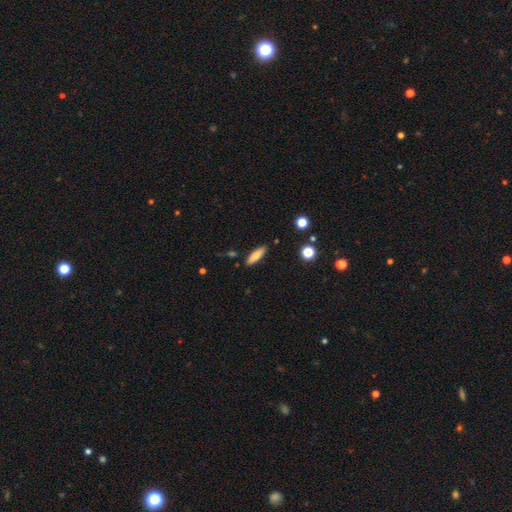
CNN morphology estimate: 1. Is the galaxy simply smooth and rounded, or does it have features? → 80% smooth, 13% featured or disk, 7% star or artifact.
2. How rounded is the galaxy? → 60% cigar-shaped, 38% in between, 2% round.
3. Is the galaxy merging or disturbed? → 87% none, 9% minor disturbance, 2% merger, 2% major disturbance.